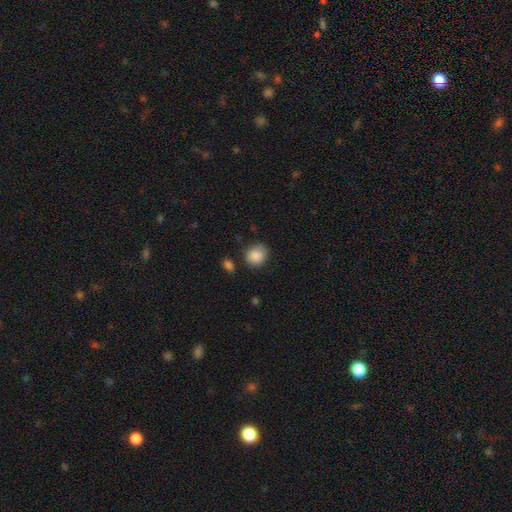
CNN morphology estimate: A smooth galaxy with no disk features (87%) that is round (75%).

Vote fractions:
- Smooth or featured? smooth: 87% / star or artifact: 8% / featured or disk: 5%
- How rounded? round: 75% / in between: 24% / cigar-shaped: 1%
- Merging? none: 76% / minor disturbance: 17% / major disturbance: 4% / merger: 3%